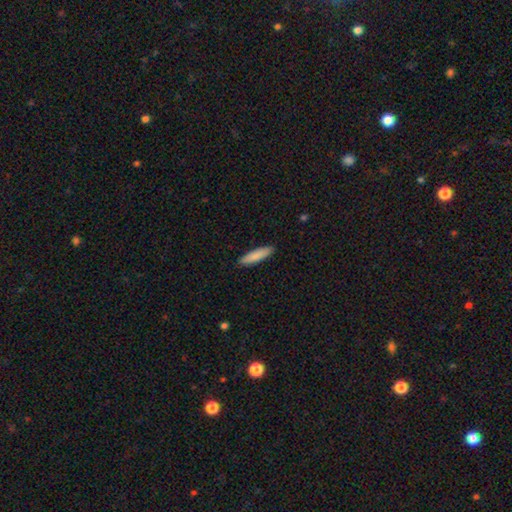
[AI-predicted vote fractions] smooth 86%, featured or disk 9%, star or artifact 5%. Down the decision tree: how rounded — cigar-shaped (72%); merging — none (90%).